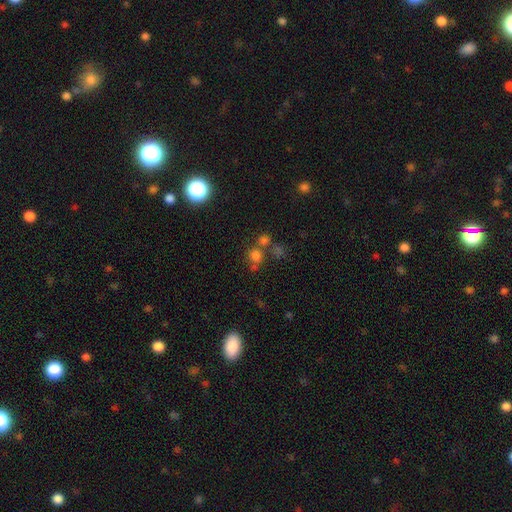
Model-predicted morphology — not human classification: type=smooth (68%); roundness=round (80%); merging=none (53%).